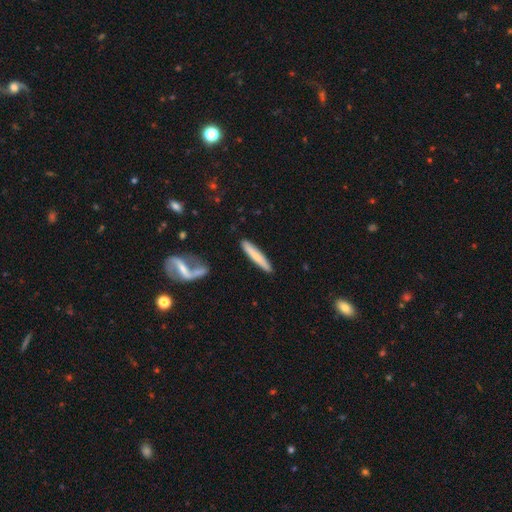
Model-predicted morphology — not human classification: Overall: smooth (68%). How rounded: cigar-shaped (93%). Merging: none (86%).